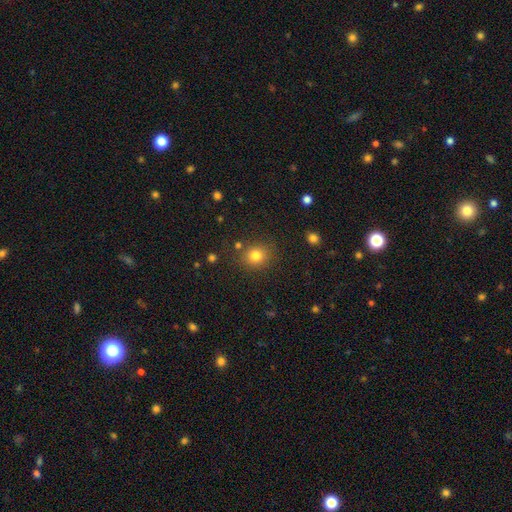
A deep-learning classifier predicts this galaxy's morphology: Smooth or featured: smooth — 80% (star or artifact — 14%)
How rounded: round — 79% (in between — 20%)
Merging: none — 82% (minor disturbance — 10%)